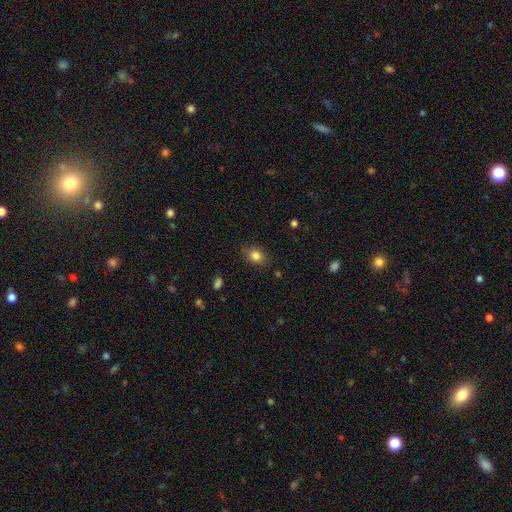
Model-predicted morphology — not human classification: This appears to be a smooth galaxy with no disk features (82%) that is round (55%). Merging: none (80%).